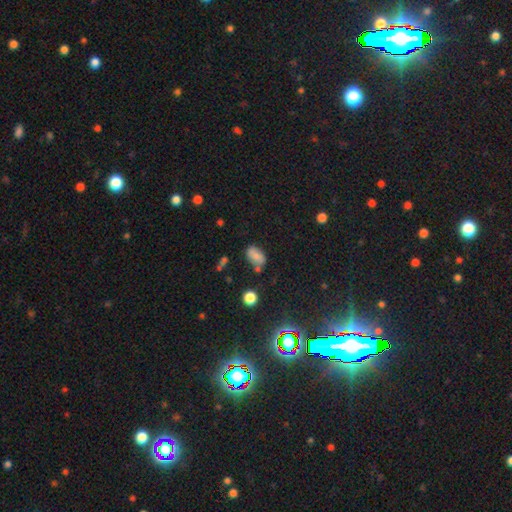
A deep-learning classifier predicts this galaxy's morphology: smooth_or_featured: smooth (p=0.69) [alt: featured or disk p=0.18]
how_rounded: in between (p=0.86) [alt: round p=0.12]
merging: none (p=0.63) [alt: minor disturbance p=0.21]